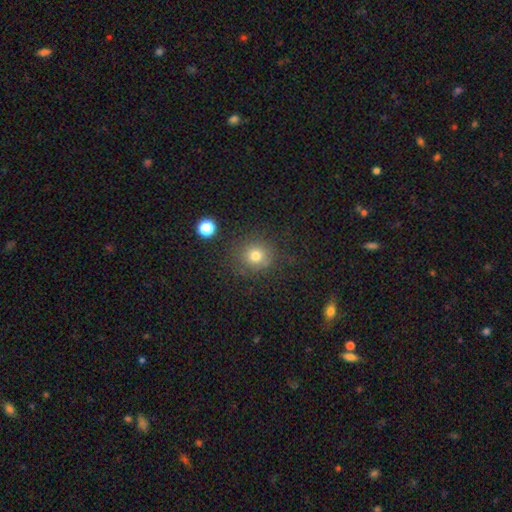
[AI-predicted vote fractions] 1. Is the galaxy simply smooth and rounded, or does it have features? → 77% smooth, 15% star or artifact, 8% featured or disk.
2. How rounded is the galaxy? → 88% round, 11% in between, 1% cigar-shaped.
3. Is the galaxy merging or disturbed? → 82% none, 11% minor disturbance, 5% major disturbance, 3% merger.